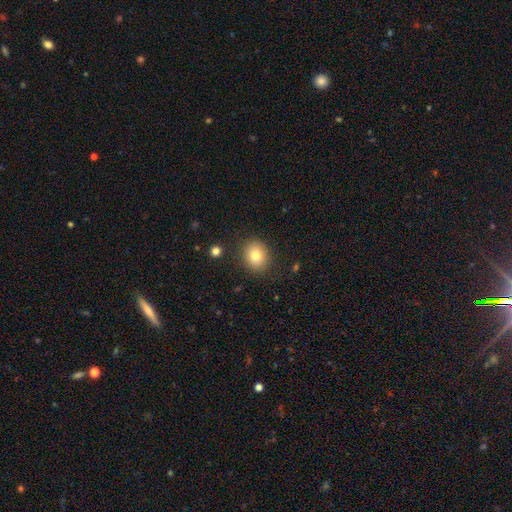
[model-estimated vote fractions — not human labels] This appears to be a smooth galaxy with no disk features (79%) that is round (69%). Merging: none (86%).